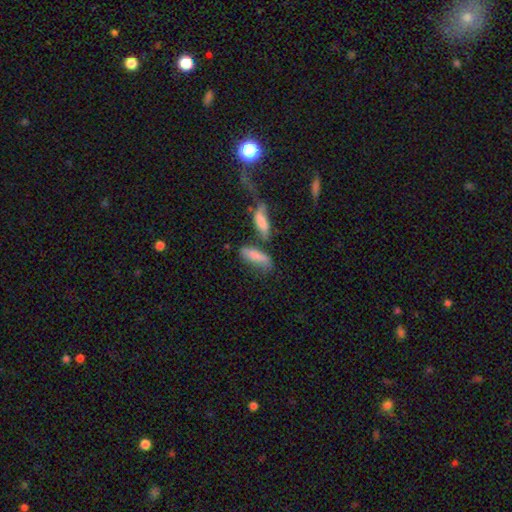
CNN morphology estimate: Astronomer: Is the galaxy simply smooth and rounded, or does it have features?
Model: smooth — 76%.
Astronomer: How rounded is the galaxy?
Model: in between — 62%.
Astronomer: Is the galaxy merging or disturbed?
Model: none — 36% (runner-up: merger, 34%).